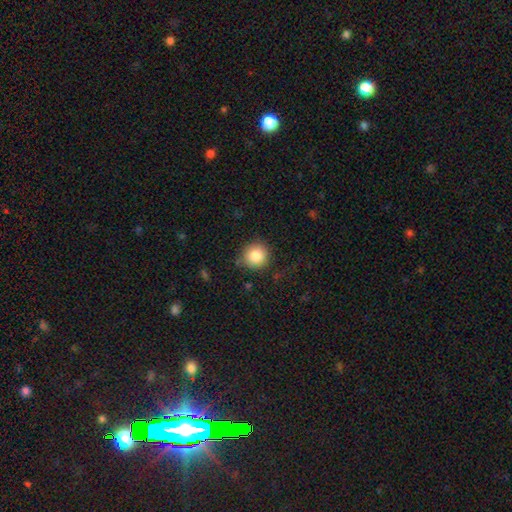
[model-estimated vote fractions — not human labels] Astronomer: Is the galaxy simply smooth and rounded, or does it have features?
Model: smooth — 84%.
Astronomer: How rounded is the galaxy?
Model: round — 93%.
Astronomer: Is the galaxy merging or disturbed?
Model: none — 81%.